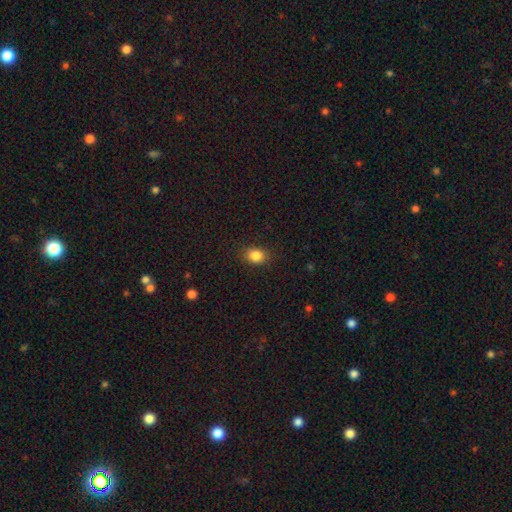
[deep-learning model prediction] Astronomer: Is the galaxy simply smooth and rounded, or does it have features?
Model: smooth — 85%.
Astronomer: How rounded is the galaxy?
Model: in between — 59% (runner-up: round, 40%).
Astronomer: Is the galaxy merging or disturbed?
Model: none — 87%.